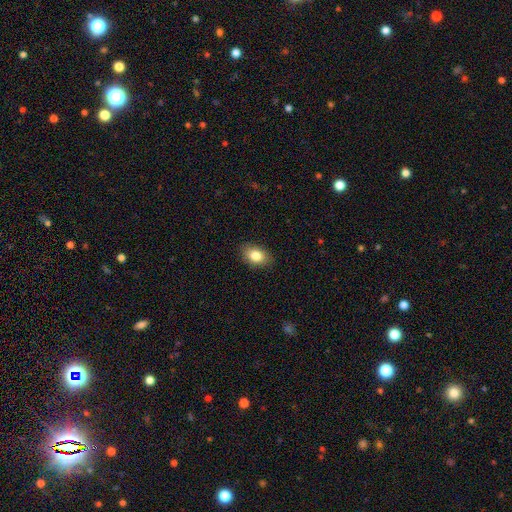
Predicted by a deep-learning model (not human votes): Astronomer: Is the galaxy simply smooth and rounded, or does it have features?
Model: smooth — 83%.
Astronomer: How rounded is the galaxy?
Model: in between — 85%.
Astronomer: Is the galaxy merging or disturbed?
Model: none — 87%.